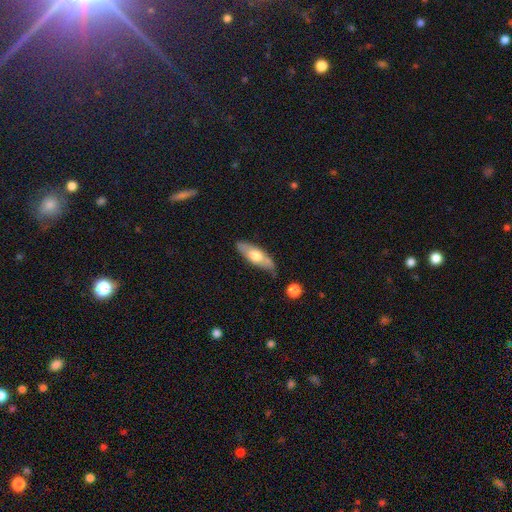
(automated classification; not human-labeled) Smooth or featured? Predicted: smooth (p=0.55). How rounded? Predicted: in between (p=0.60). Merging? Predicted: none (p=0.78).